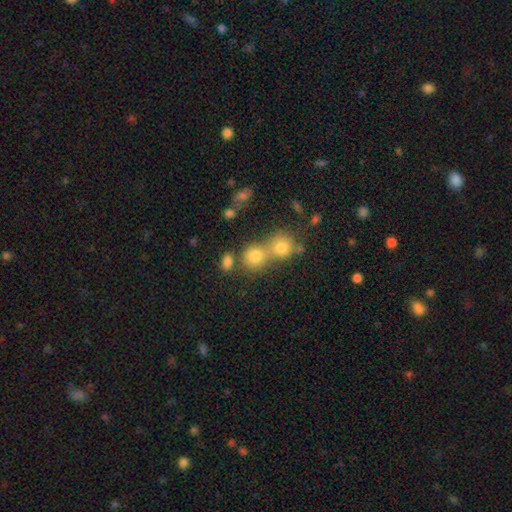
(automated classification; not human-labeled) Overall: smooth (59%; star or artifact 26%). How rounded: round (80%). Merging: merger (53%; none 38%).